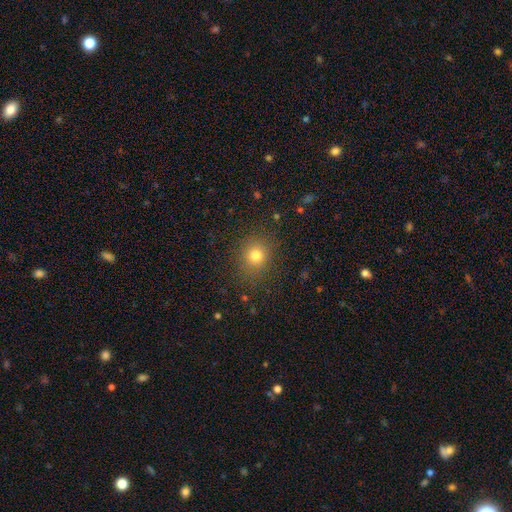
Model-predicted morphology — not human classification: Smooth or featured: smooth — 78% (star or artifact — 15%)
How rounded: round — 80% (in between — 18%)
Merging: none — 86% (minor disturbance — 9%)